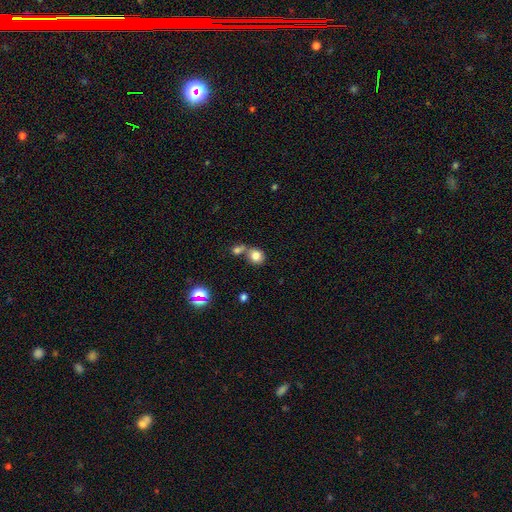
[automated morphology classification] Smooth or featured: smooth — 80% (star or artifact — 11%)
How rounded: round — 74% (in between — 25%)
Merging: none — 50% (merger — 36%)